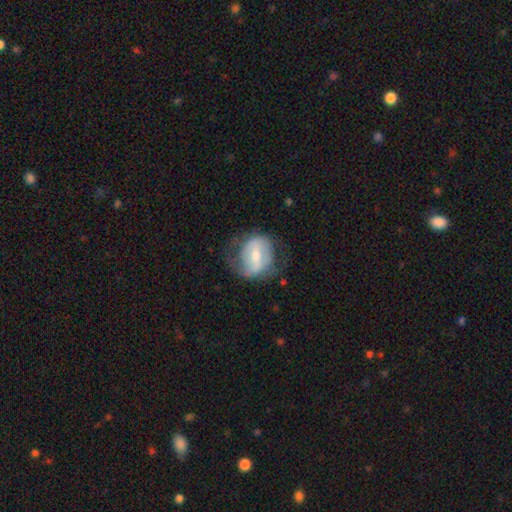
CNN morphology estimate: This is likely a featured or disk galaxy (61%). It is clearly not viewed edge-on (96%). Bar: marginally weak (44%). Spiral arm pattern: likely yes (65%). Central bulge: possibly moderate (55%). Merging: possibly none (56%).